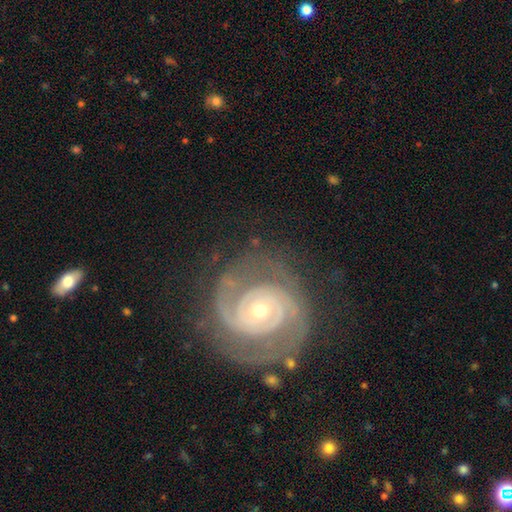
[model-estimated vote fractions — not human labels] Overall: featured or disk (88%). Edge-on disk: no (98%). Bar: no (56%; weak 30%). Spiral arms: yes (97%). Spiral arm count: 2 (71%). Spiral winding: tight (68%; medium 28%). Bulge size: small (62%; moderate 34%). Merging: none (79%).